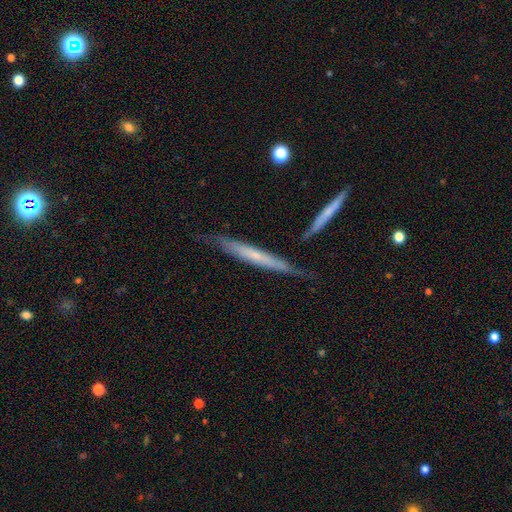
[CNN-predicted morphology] Smooth or featured?
  - featured or disk: 54% *
  - smooth: 40%
  - star or artifact: 6%
Edge-on disk?
  - yes: 89% *
  - no: 11%
Merging?
  - none: 74% *
  - minor disturbance: 17%
  - merger: 6%
  - major disturbance: 3%